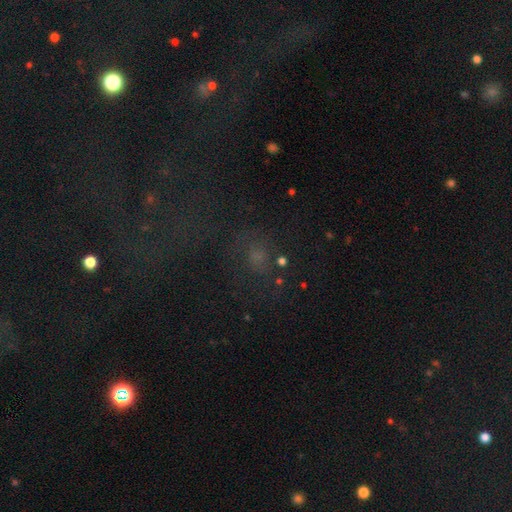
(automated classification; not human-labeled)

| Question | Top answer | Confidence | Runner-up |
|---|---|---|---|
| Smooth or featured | star or artifact | 58% | smooth (25%) |